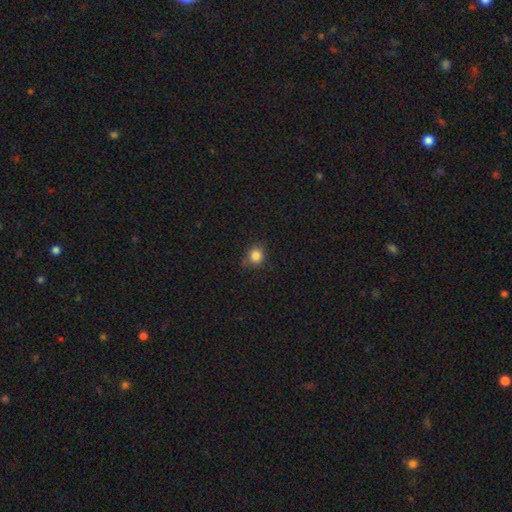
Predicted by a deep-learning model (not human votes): A smooth galaxy with no disk features (84%) that is round (81%).

Vote fractions:
- Smooth or featured? smooth: 84% / star or artifact: 11% / featured or disk: 5%
- How rounded? round: 81% / in between: 18% / cigar-shaped: 1%
- Merging? none: 72% / minor disturbance: 20% / major disturbance: 4% / merger: 3%